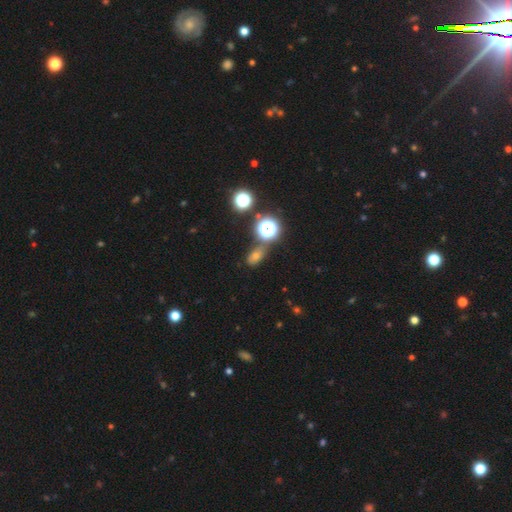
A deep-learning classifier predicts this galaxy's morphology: type=smooth (49%); merging=none (74%).